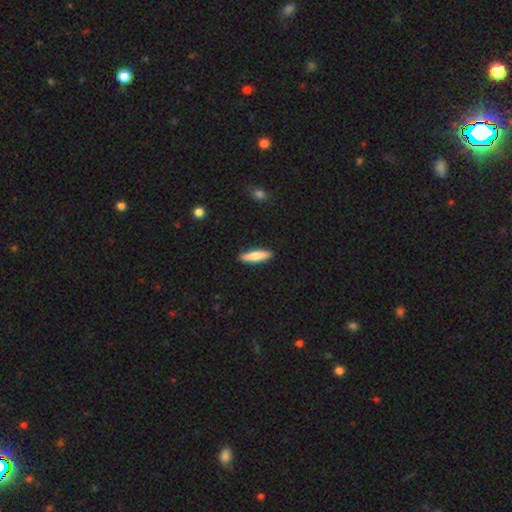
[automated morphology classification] type=smooth (77%); roundness=cigar-shaped (69%); merging=none (90%).